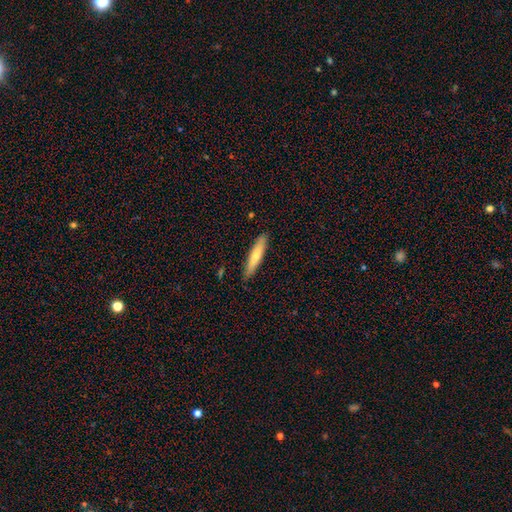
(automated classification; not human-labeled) This is likely a smooth galaxy (63%). How rounded: clearly cigar-shaped (87%). Merging: clearly none (86%).